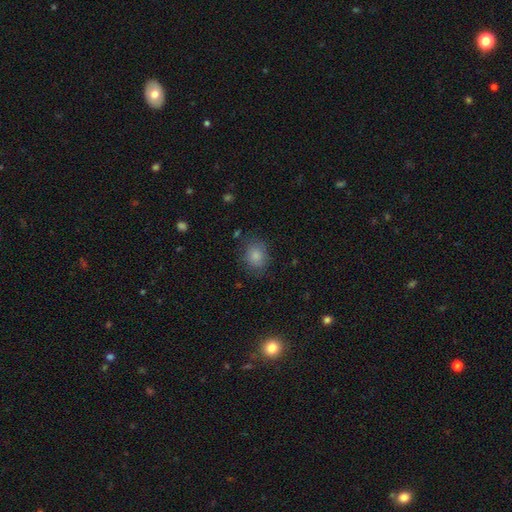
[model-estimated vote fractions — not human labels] A smooth galaxy with no disk features (84%) that is round (58%).

Vote fractions:
- Smooth or featured? smooth: 84% / star or artifact: 10% / featured or disk: 6%
- How rounded? round: 58% / in between: 42% / cigar-shaped: 1%
- Merging? none: 77% / minor disturbance: 16% / major disturbance: 5% / merger: 2%